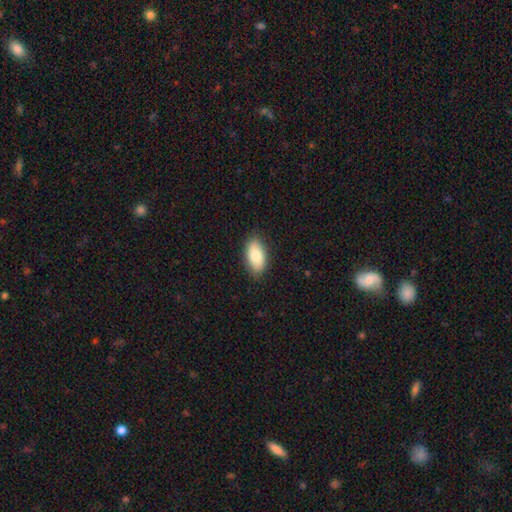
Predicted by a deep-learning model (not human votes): smooth_or_featured: smooth (p=0.81) [alt: featured or disk p=0.13]
how_rounded: in between (p=0.93) [alt: cigar-shaped p=0.04]
merging: none (p=0.86) [alt: minor disturbance p=0.11]